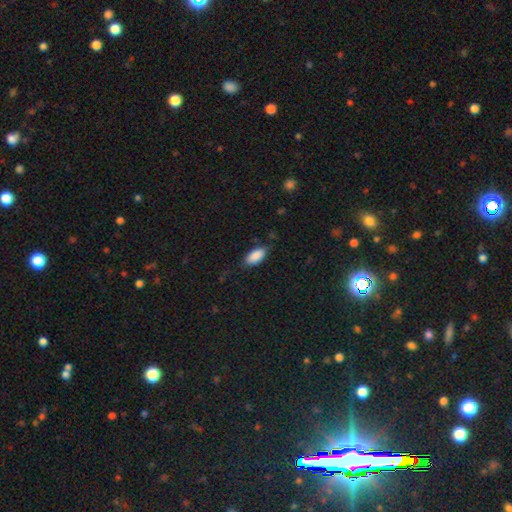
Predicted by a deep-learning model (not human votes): Smooth or featured?
  - smooth: 88% *
  - star or artifact: 7%
  - featured or disk: 5%
How rounded?
  - in between: 92% *
  - cigar-shaped: 6%
  - round: 2%
Merging?
  - none: 77% *
  - minor disturbance: 18%
  - major disturbance: 4%
  - merger: 1%